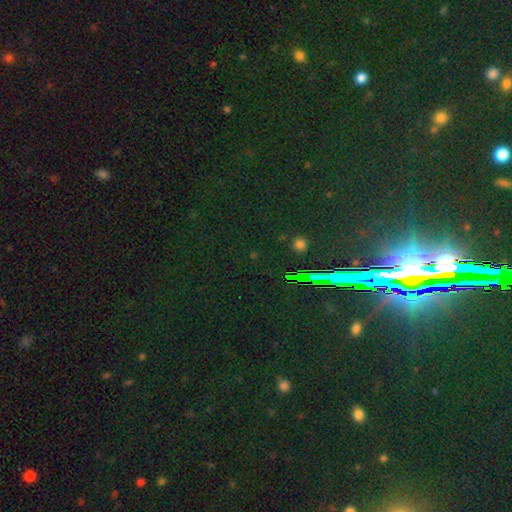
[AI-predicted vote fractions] smooth_or_featured: star or artifact (p=0.84) [alt: featured or disk p=0.08]